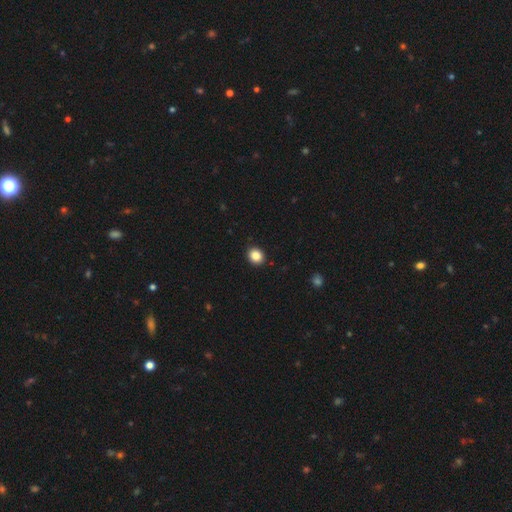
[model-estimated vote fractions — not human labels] This is clearly a smooth galaxy (86%). How rounded: likely round (70%). Merging: clearly none (92%).